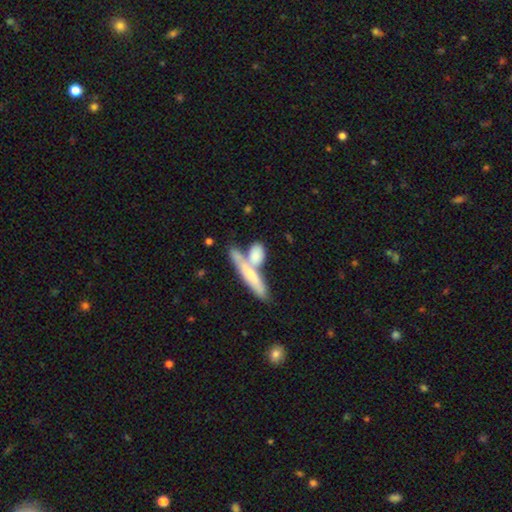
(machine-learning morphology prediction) This appears to be a smooth galaxy with no disk features (69%) that is cigar-shaped (53%). Merging: merger (43%).